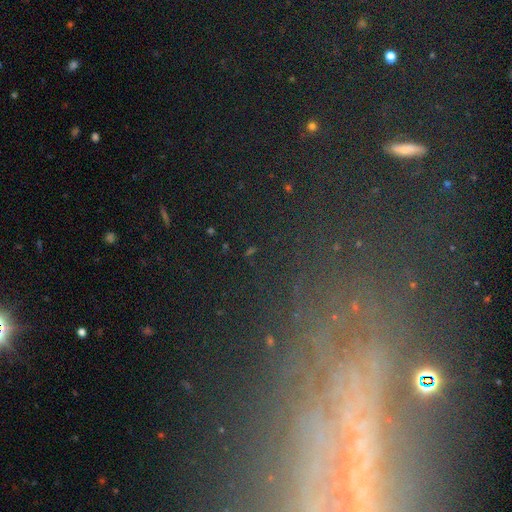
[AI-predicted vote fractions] Q: Smooth or featured?
A: featured or disk (41%); runner-up: star or artifact (38%)
Q: Merging?
A: none (62%); runner-up: minor disturbance (15%)